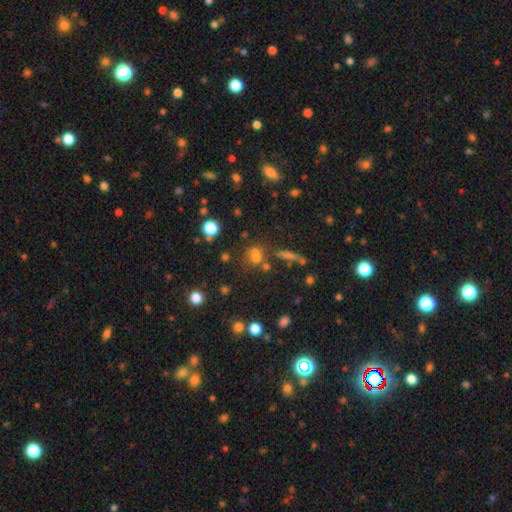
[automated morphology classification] Overall: smooth (61%; star or artifact 27%). How rounded: round (54%; in between 39%). Merging: none (58%; merger 22%).